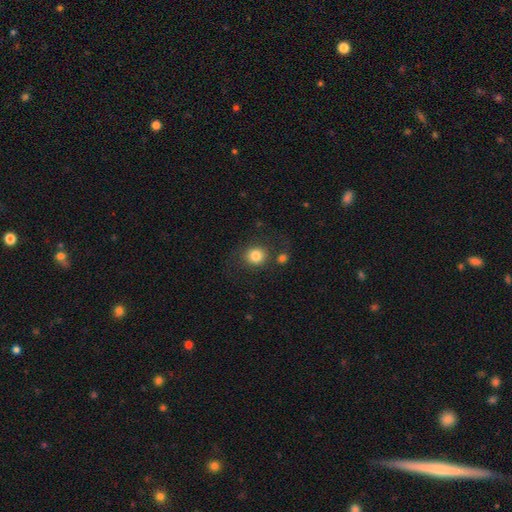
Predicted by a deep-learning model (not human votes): smooth 82%, star or artifact 10%, featured or disk 7%. Down the decision tree: how rounded — round (80%); merging — none (73%).